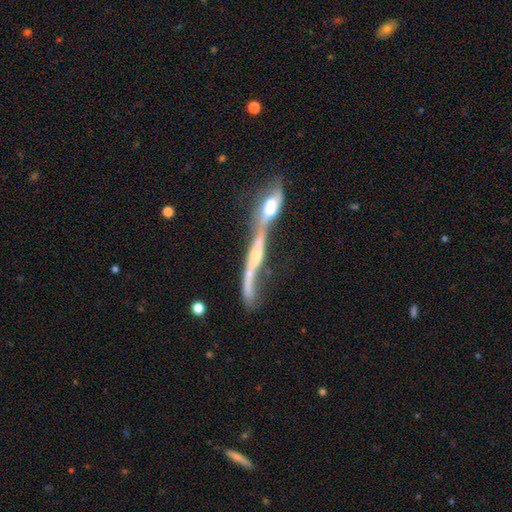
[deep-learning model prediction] Q: Smooth or featured?
A: featured or disk (73%); runner-up: smooth (17%)
Q: Edge-on disk?
A: yes (75%); runner-up: no (25%)
Q: Edge-on bulge?
A: rounded (66%); runner-up: none (22%)
Q: Merging?
A: merger (63%); runner-up: none (19%)